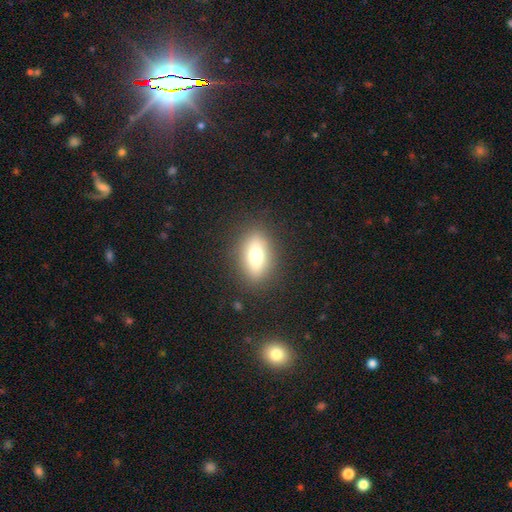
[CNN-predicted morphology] type=smooth (65%); roundness=in between (74%); merging=none (86%).